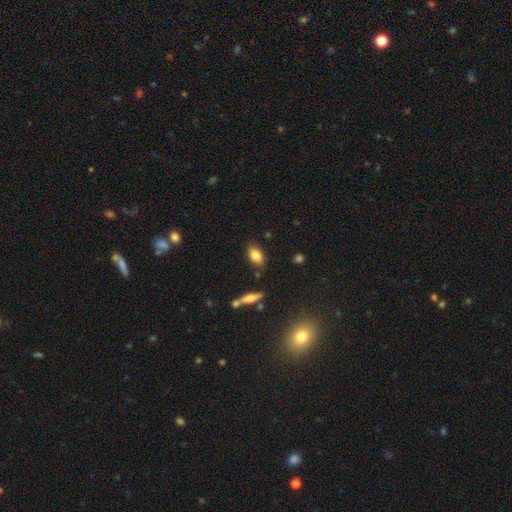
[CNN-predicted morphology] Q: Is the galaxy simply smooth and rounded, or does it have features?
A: smooth — 80%.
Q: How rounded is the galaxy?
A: in between — 89%.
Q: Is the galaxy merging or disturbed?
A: none — 83%.